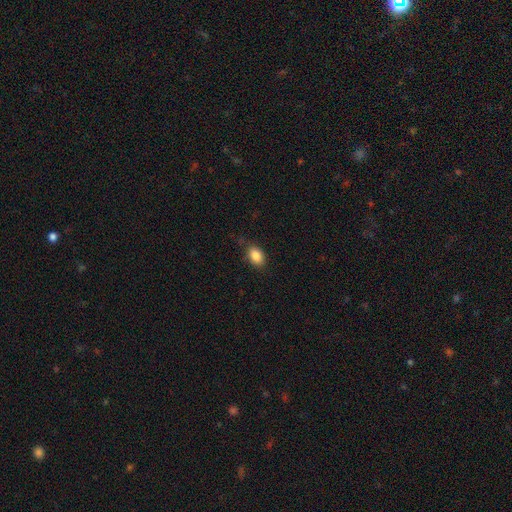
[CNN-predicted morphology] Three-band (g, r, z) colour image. It shows a smooth galaxy with no disk features (86%) that is in between round and cigar-shaped (83%). Merging: none (80%).